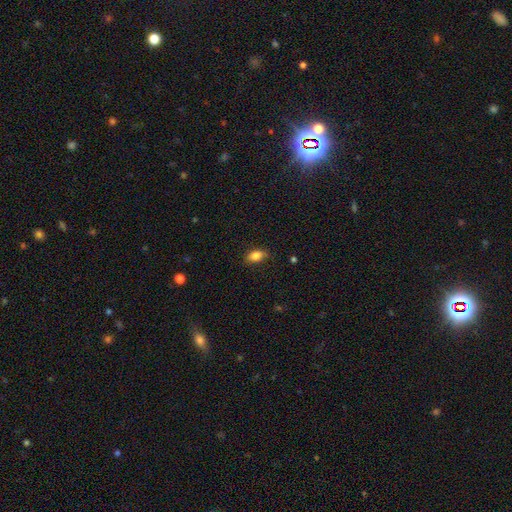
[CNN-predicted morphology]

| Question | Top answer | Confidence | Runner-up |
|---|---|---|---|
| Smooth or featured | smooth | 85% | star or artifact (9%) |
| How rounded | in between | 86% | round (10%) |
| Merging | none | 81% | minor disturbance (15%) |